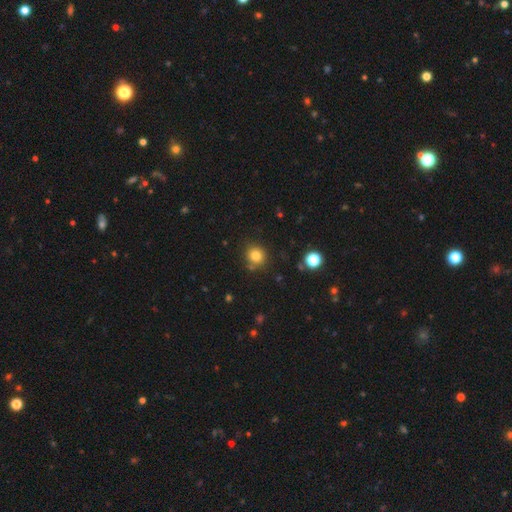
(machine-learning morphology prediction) smooth_or_featured: smooth (p=0.81) [alt: star or artifact p=0.13]
how_rounded: round (p=0.89) [alt: in between p=0.11]
merging: none (p=0.80) [alt: minor disturbance p=0.11]